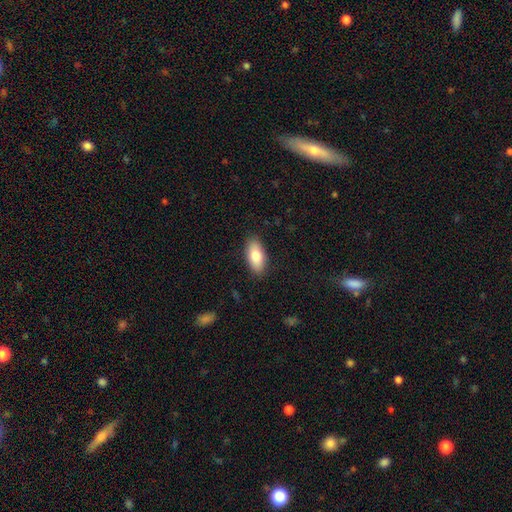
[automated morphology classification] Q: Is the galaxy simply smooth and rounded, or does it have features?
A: smooth — 80%.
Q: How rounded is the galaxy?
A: in between — 89%.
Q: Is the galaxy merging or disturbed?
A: none — 88%.